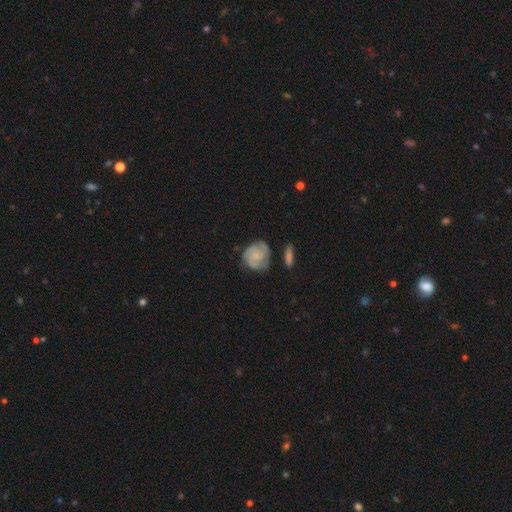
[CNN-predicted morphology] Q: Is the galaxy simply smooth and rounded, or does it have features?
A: featured or disk — 57%.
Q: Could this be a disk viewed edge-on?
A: no — 98%.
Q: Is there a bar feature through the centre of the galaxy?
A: no — 78%.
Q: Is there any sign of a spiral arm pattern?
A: yes — 86%.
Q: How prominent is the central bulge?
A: small — 59%.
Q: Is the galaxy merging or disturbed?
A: none — 63%.